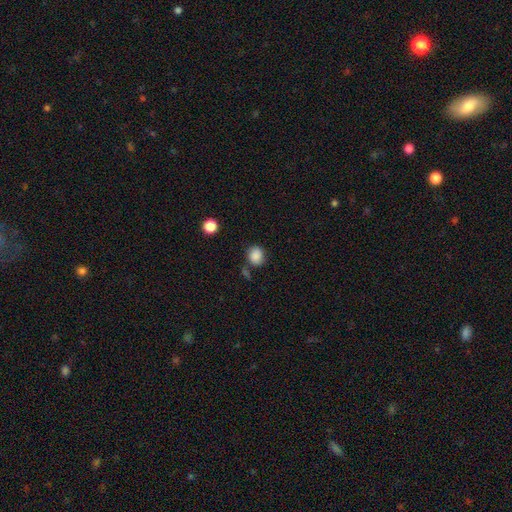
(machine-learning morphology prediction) Overall: smooth (86%). How rounded: round (73%). Merging: none (73%).